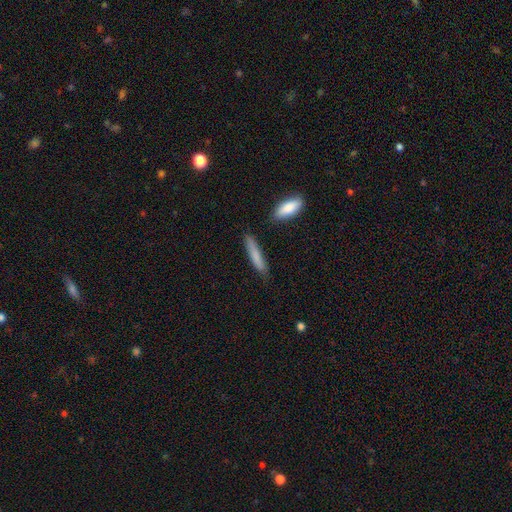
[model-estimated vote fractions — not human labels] This is likely a smooth galaxy (80%). How rounded: clearly cigar-shaped (88%). Merging: clearly none (81%).